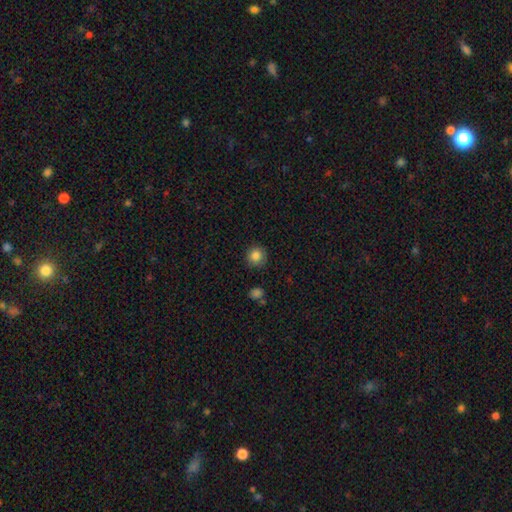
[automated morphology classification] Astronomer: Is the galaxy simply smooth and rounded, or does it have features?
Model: smooth — 84%.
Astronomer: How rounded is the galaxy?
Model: round — 93%.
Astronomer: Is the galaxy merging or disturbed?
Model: none — 88%.